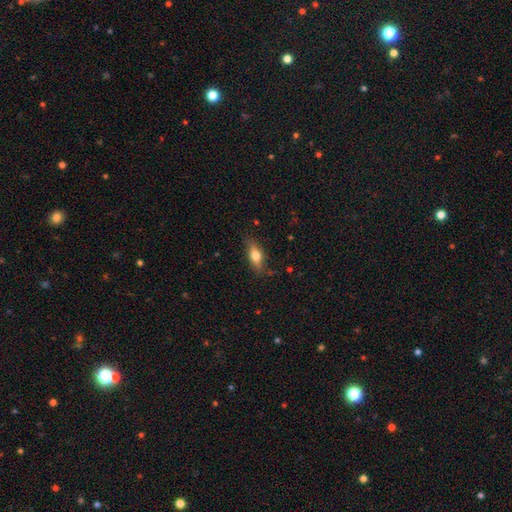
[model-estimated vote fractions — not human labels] A smooth galaxy with no disk features (63%) that is in between round and cigar-shaped (69%).

Vote fractions:
- Smooth or featured? smooth: 63% / featured or disk: 29% / star or artifact: 8%
- How rounded? in between: 69% / cigar-shaped: 26% / round: 5%
- Merging? none: 77% / minor disturbance: 17% / major disturbance: 4% / merger: 2%